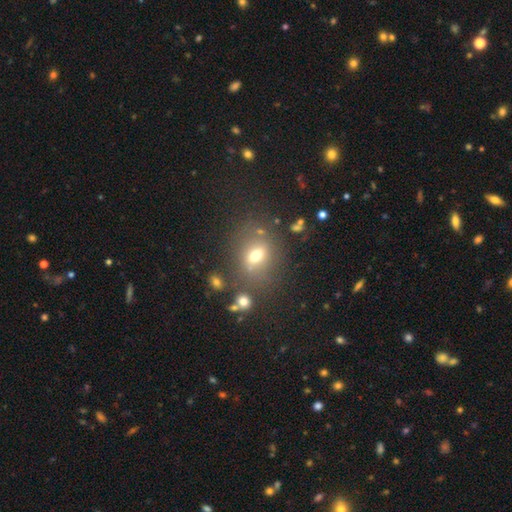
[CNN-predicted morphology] A smooth galaxy with no disk features (65%) that is in between round and cigar-shaped (57%).

Vote fractions:
- Smooth or featured? smooth: 65% / star or artifact: 18% / featured or disk: 17%
- How rounded? in between: 57% / round: 40% / cigar-shaped: 3%
- Merging? none: 69% / minor disturbance: 14% / merger: 10% / major disturbance: 7%